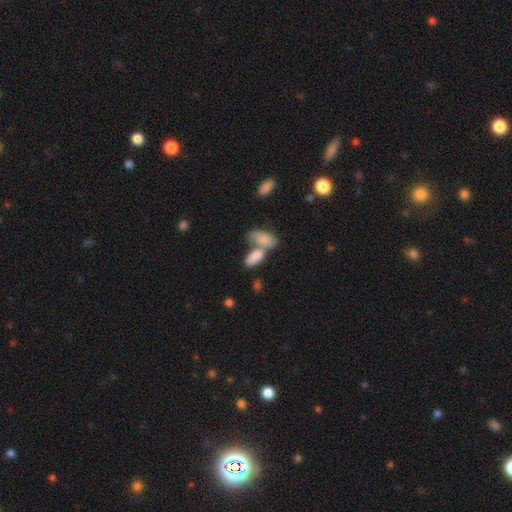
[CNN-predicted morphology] Q: Smooth or featured?
A: smooth (84%); runner-up: featured or disk (9%)
Q: How rounded?
A: in between (91%); runner-up: cigar-shaped (6%)
Q: Merging?
A: merger (56%); runner-up: none (31%)